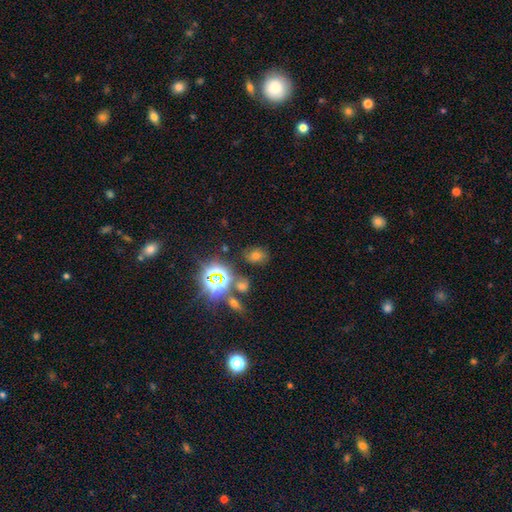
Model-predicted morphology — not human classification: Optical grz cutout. It shows a star or artifact, not a galaxy (44%).